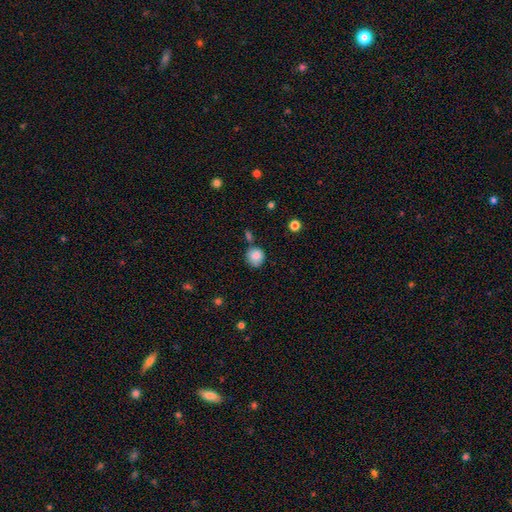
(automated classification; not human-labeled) This is clearly a smooth galaxy (85%). How rounded: clearly round (89%). Merging: likely none (70%).